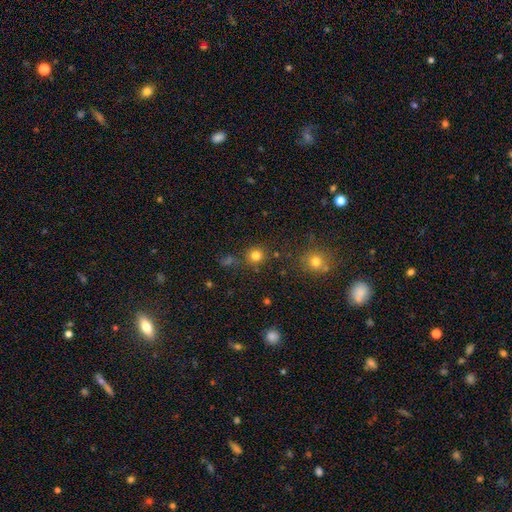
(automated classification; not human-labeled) This appears to be a smooth galaxy with no disk features (78%) that is round (91%). Merging: none (82%).